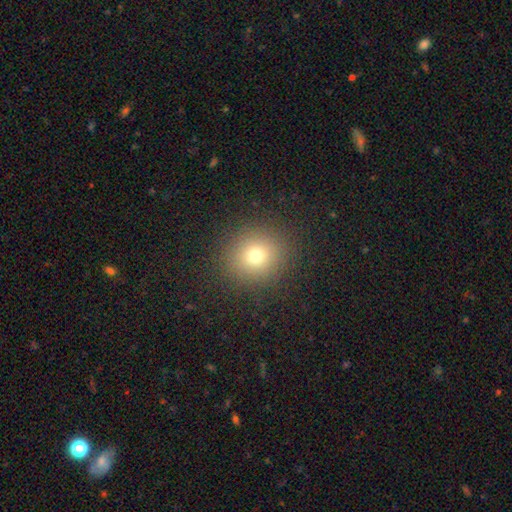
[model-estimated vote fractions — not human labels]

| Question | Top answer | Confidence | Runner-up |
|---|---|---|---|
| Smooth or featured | smooth | 73% | star or artifact (17%) |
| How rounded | round | 88% | in between (11%) |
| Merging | none | 90% | minor disturbance (6%) |